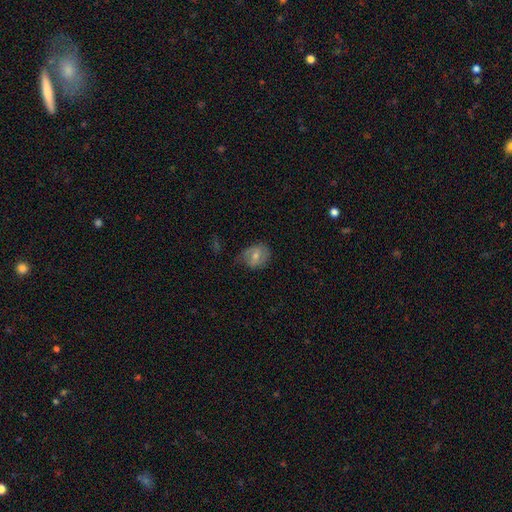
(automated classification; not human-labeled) A smooth galaxy with no disk features (57%) that is round (51%). Merging: none (56%).